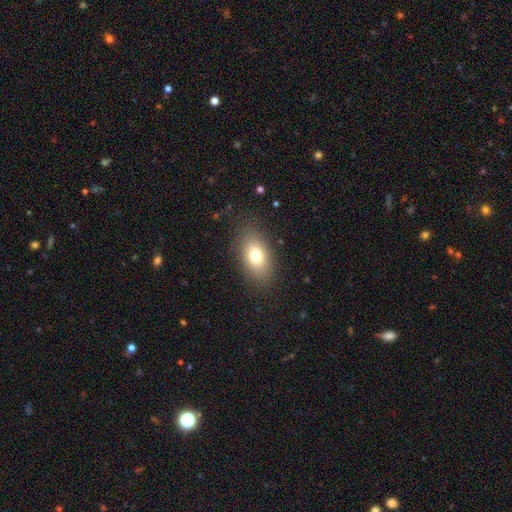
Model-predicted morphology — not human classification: Overall: smooth (74%). How rounded: in between (85%). Merging: none (83%).